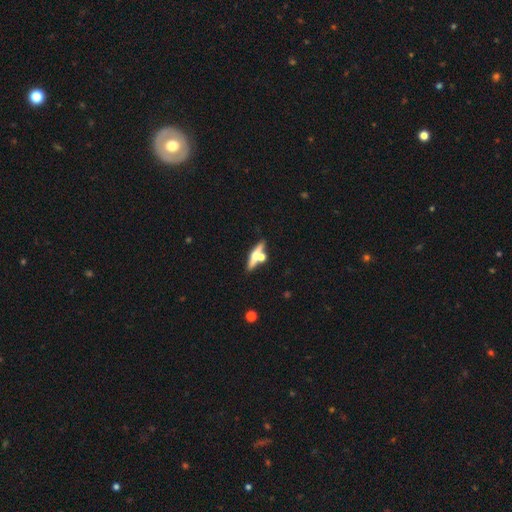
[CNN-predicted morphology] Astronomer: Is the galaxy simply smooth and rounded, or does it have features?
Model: featured or disk — 54% (runner-up: smooth, 38%).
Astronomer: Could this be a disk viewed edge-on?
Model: yes — 91%.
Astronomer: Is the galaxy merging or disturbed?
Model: none — 59%.